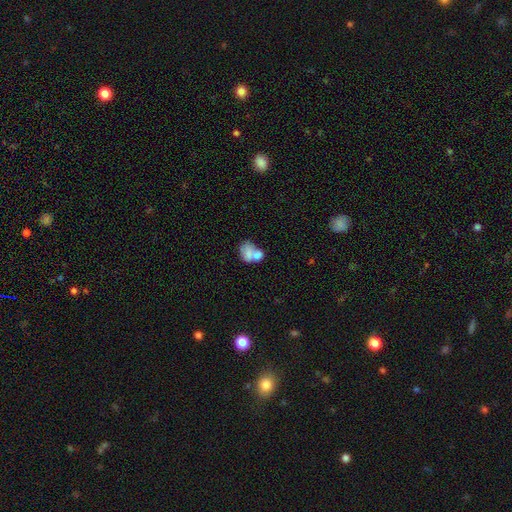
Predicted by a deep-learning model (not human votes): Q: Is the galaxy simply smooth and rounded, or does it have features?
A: smooth — 67%.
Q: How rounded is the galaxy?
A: in between — 69%.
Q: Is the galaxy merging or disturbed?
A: merger — 55%.